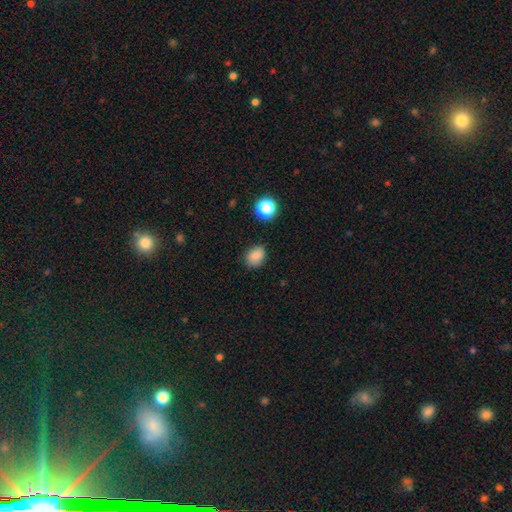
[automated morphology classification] This is clearly a smooth galaxy (82%). How rounded: possibly in between (53%). Merging: likely none (80%).